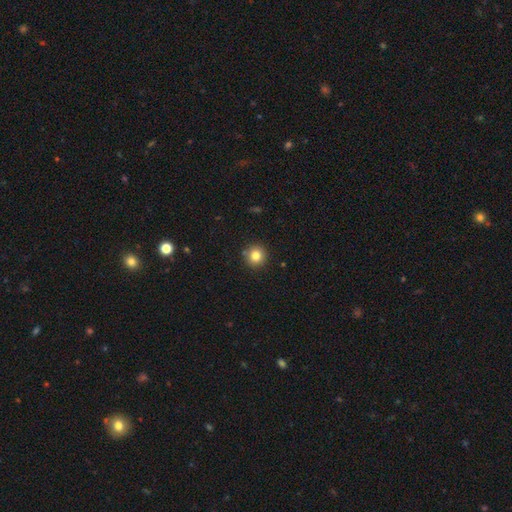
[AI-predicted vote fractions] Smooth or featured? Predicted: smooth (p=0.81). How rounded? Predicted: round (p=0.95). Merging? Predicted: none (p=0.90).